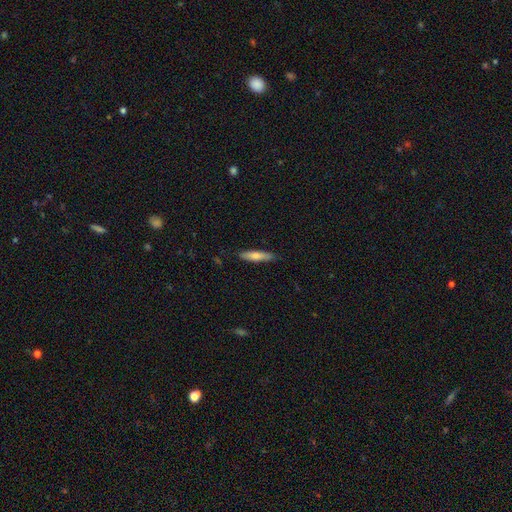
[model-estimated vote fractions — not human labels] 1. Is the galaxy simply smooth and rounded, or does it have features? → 70% smooth, 25% featured or disk, 6% star or artifact.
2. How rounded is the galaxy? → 79% cigar-shaped, 19% in between, 2% round.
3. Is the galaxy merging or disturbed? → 86% none, 11% minor disturbance, 2% major disturbance, 1% merger.